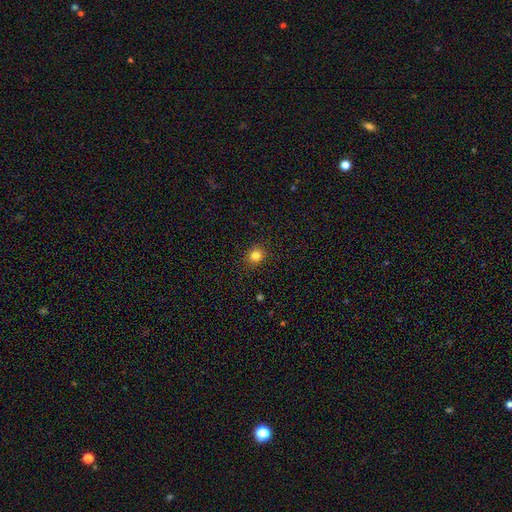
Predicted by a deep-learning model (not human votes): Q: Smooth or featured?
A: smooth (82%); runner-up: star or artifact (13%)
Q: How rounded?
A: round (84%); runner-up: in between (15%)
Q: Merging?
A: none (90%); runner-up: minor disturbance (7%)